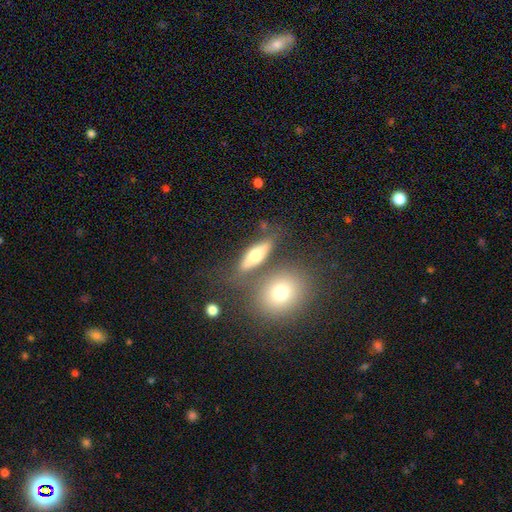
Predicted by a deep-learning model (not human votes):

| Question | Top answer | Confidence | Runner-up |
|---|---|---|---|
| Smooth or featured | smooth | 60% | featured or disk (31%) |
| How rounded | in between | 55% | cigar-shaped (34%) |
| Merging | none | 66% | merger (15%) |